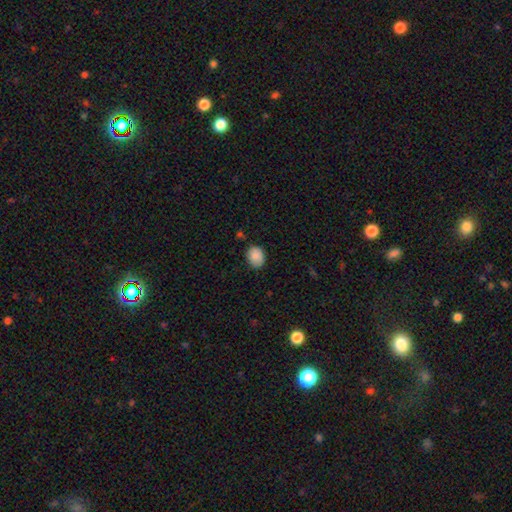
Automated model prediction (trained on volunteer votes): This appears to be a smooth galaxy with no disk features (87%) that is round (54%). Merging: none (77%).